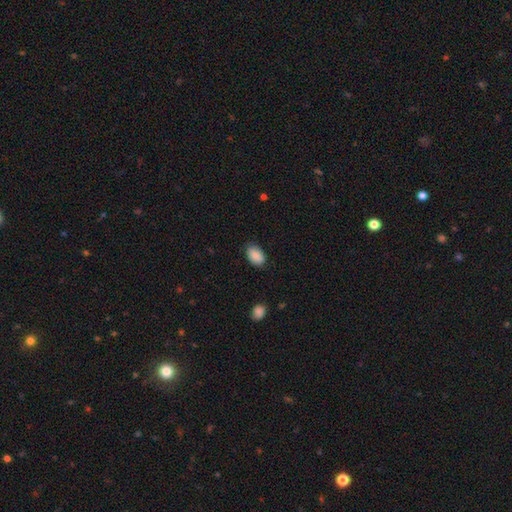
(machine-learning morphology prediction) Smooth or featured: smooth — 86% (star or artifact — 7%)
How rounded: in between — 90% (round — 8%)
Merging: none — 77% (minor disturbance — 18%)